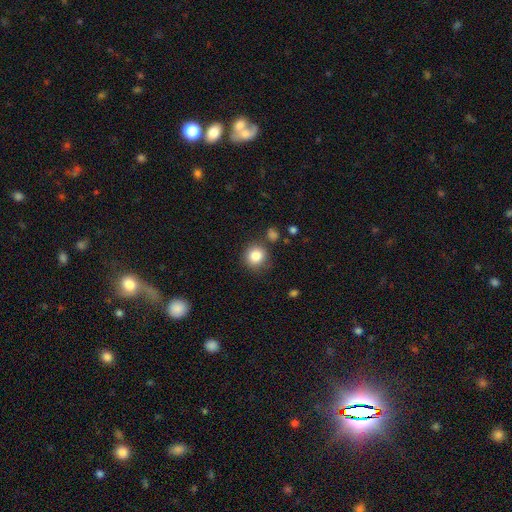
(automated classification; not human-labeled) A smooth galaxy with no disk features (84%) that is round (91%). Merging: none (82%).